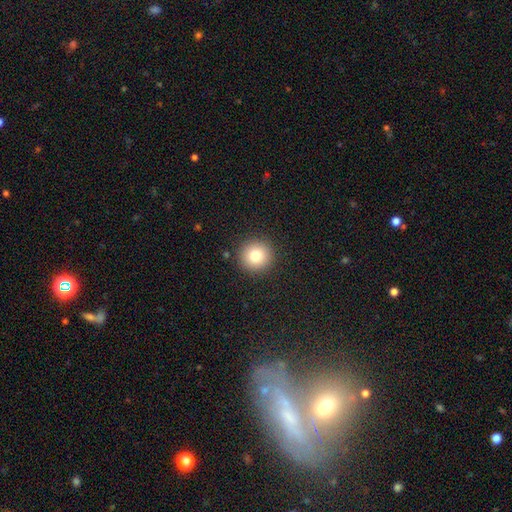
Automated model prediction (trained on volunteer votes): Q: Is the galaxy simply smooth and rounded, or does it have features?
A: smooth — 80%.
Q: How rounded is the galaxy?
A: round — 95%.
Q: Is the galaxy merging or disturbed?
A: none — 91%.